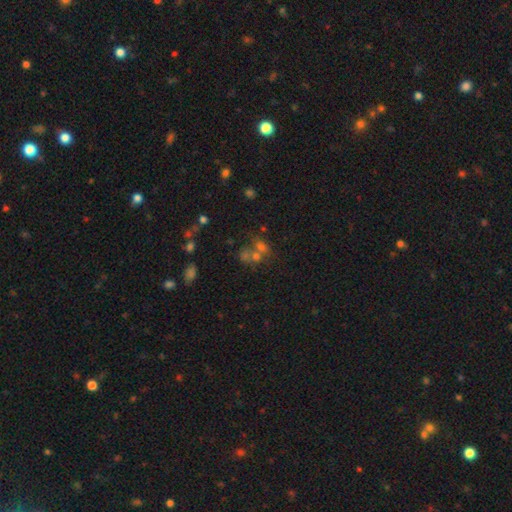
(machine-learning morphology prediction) This appears to be a smooth galaxy with no disk features (41%). Merging: merger (48%).